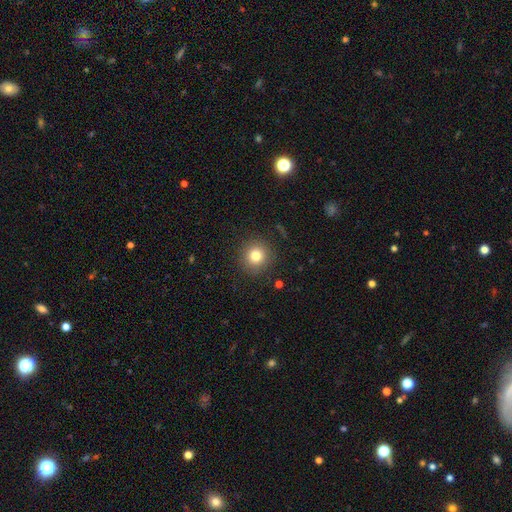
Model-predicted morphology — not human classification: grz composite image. It shows a smooth galaxy with no disk features (79%) that is round (93%). Merging: none (89%).